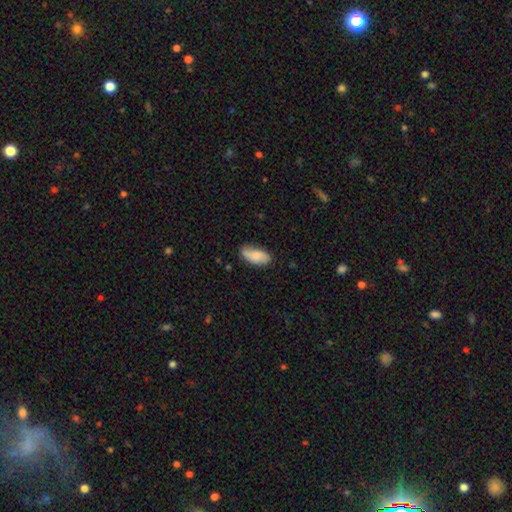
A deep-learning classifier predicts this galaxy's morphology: This is likely a smooth galaxy (71%). How rounded: clearly in between (90%). Merging: likely none (68%).